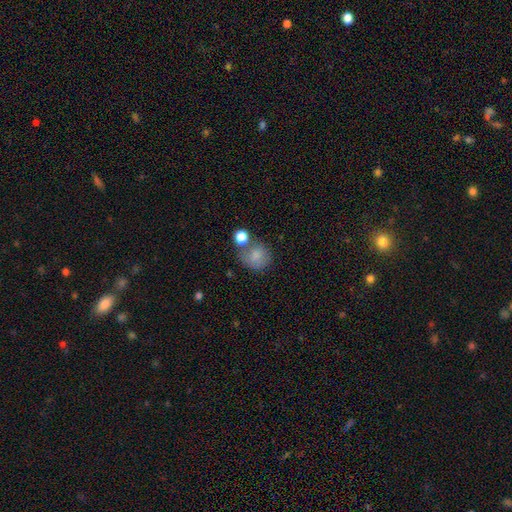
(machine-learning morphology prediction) A smooth galaxy with no disk features (81%) that is round (79%).

Vote fractions:
- Smooth or featured? smooth: 81% / star or artifact: 10% / featured or disk: 10%
- How rounded? round: 79% / in between: 20% / cigar-shaped: 1%
- Merging? none: 53% / merger: 21% / minor disturbance: 17% / major disturbance: 9%